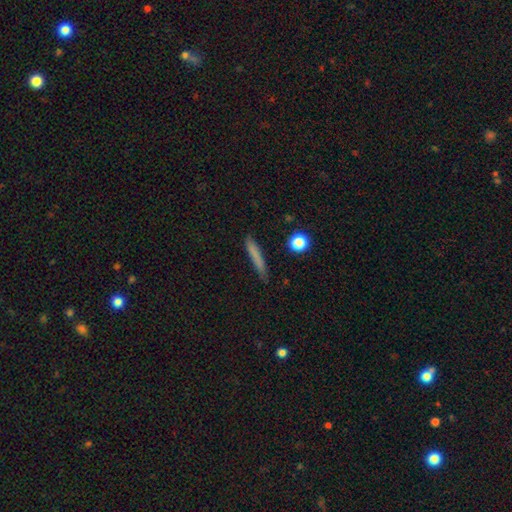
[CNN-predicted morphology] Q: Smooth or featured?
A: smooth (74%); runner-up: featured or disk (17%)
Q: How rounded?
A: cigar-shaped (94%); runner-up: in between (4%)
Q: Merging?
A: none (83%); runner-up: minor disturbance (12%)